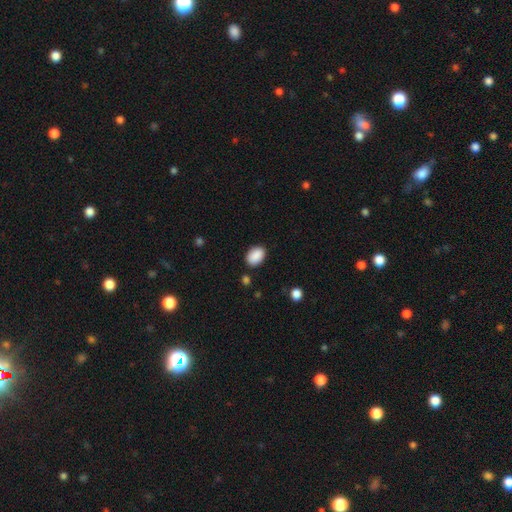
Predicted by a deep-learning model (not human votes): Morphology: type=smooth (90%); roundness=in between (85%); merging=none (84%).